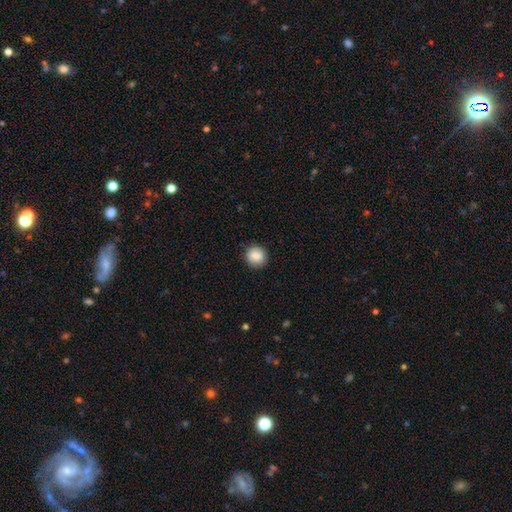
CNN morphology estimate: The model was most divided on "smooth or featured": smooth: 88%, star or artifact: 8%, featured or disk: 4%. More confident: how rounded — round (90%); merging — none (89%).